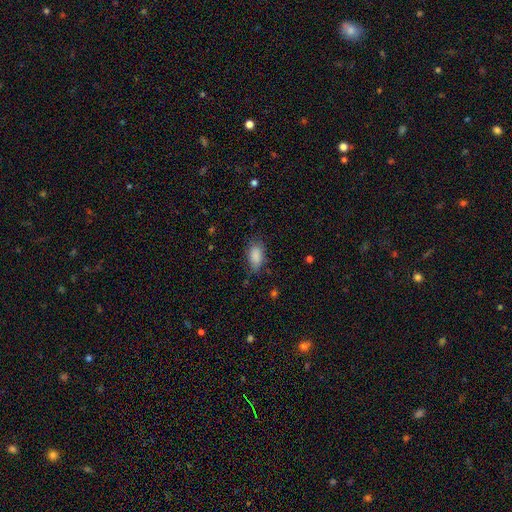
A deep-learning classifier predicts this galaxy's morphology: Smooth or featured? Predicted: smooth (p=0.86). How rounded? Predicted: in between (p=0.91). Merging? Predicted: none (p=0.66).